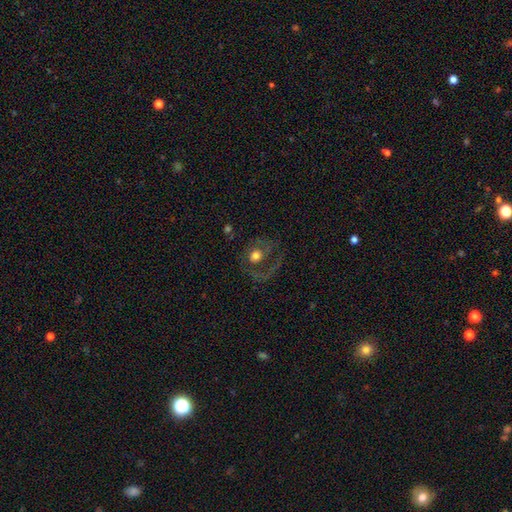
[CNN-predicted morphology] Smooth or featured?
  - featured or disk: 49% *
  - smooth: 41%
  - star or artifact: 10%
Merging?
  - none: 54% *
  - major disturbance: 26%
  - minor disturbance: 17%
  - merger: 3%